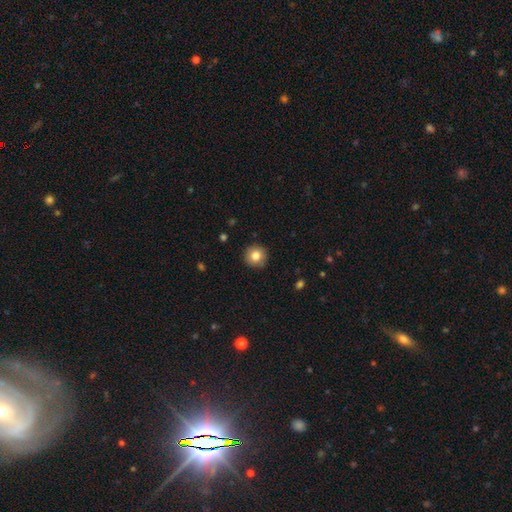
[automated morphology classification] Smooth or featured?
  - smooth: 83% *
  - star or artifact: 9%
  - featured or disk: 8%
How rounded?
  - round: 94% *
  - in between: 5%
  - cigar-shaped: 1%
Merging?
  - none: 91% *
  - minor disturbance: 7%
  - major disturbance: 2%
  - merger: 1%